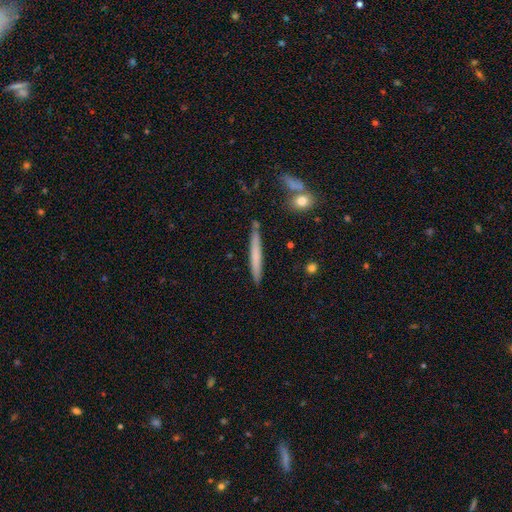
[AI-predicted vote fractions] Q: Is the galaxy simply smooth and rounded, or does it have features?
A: smooth — 64%.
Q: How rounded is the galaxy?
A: cigar-shaped — 96%.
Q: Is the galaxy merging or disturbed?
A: none — 87%.